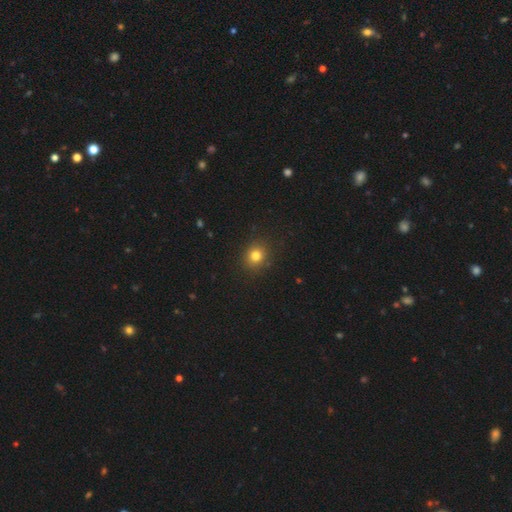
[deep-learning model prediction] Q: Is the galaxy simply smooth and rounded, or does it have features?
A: smooth — 80%.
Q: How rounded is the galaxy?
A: round — 78%.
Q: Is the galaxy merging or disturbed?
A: none — 89%.